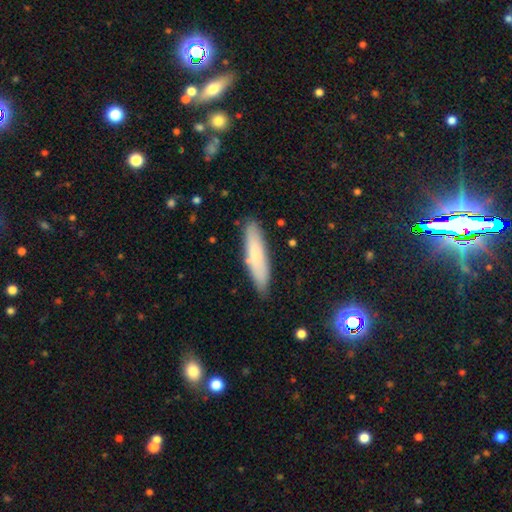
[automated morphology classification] Smooth or featured? smooth (73%)
How rounded? cigar-shaped (79%)
Merging? none (85%)